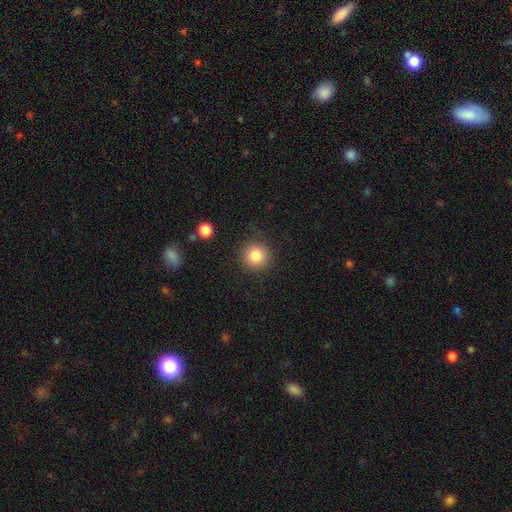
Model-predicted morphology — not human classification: Smooth or featured?
  - smooth: 83% *
  - star or artifact: 10%
  - featured or disk: 6%
How rounded?
  - round: 93% *
  - in between: 6%
  - cigar-shaped: 1%
Merging?
  - none: 88% *
  - minor disturbance: 7%
  - major disturbance: 3%
  - merger: 2%